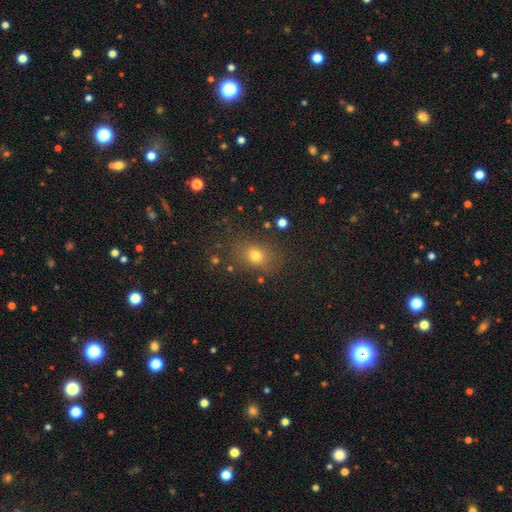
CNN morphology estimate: Overall: smooth (73%). How rounded: in between (53%; round 45%). Merging: none (77%).